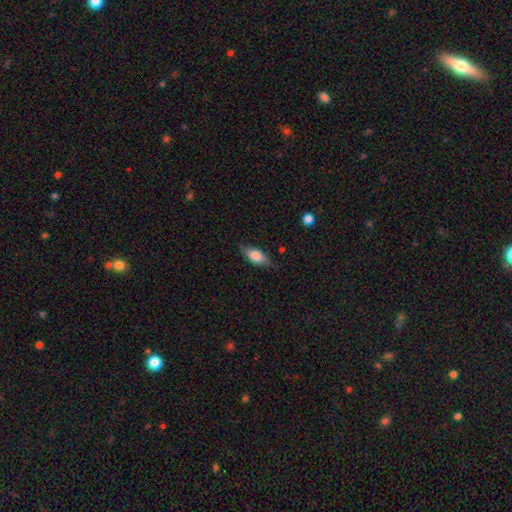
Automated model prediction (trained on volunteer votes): Smooth or featured? Predicted: smooth (p=0.69). How rounded? Predicted: in between (p=0.82). Merging? Predicted: none (p=0.75).